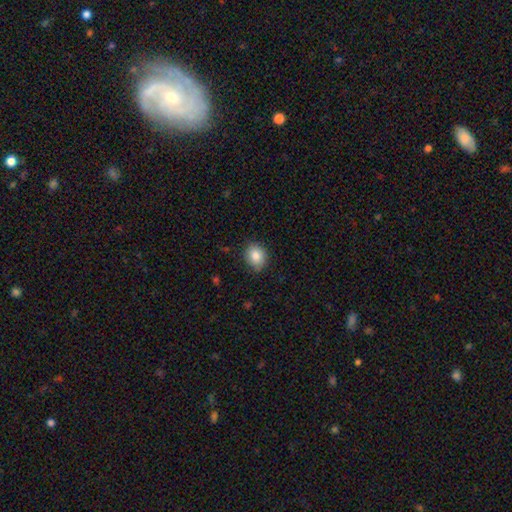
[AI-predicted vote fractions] Q: Smooth or featured?
A: smooth (85%); runner-up: star or artifact (8%)
Q: How rounded?
A: round (62%); runner-up: in between (37%)
Q: Merging?
A: none (83%); runner-up: minor disturbance (13%)